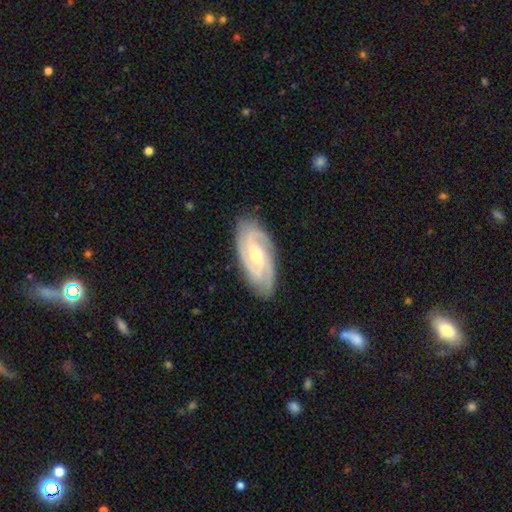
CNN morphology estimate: Q: Smooth or featured?
A: featured or disk (89%); runner-up: smooth (7%)
Q: Edge-on disk?
A: no (95%); runner-up: yes (5%)
Q: Bar?
A: weak (44%); runner-up: no (39%)
Q: Spiral arms?
A: yes (98%); runner-up: no (2%)
Q: Spiral winding?
A: tight (59%); runner-up: medium (35%)
Q: Spiral arm count?
A: 3 (48%); runner-up: 2 (25%)
Q: Bulge size?
A: small (53%); runner-up: moderate (44%)
Q: Merging?
A: none (84%); runner-up: minor disturbance (13%)